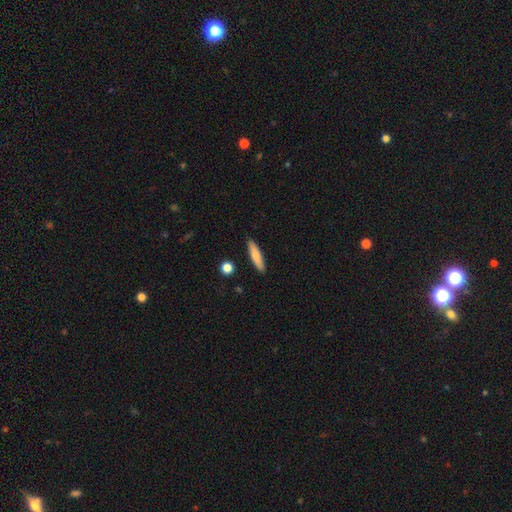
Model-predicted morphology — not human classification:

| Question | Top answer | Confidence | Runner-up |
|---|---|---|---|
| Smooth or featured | smooth | 72% | featured or disk (22%) |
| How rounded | cigar-shaped | 82% | in between (16%) |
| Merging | none | 89% | minor disturbance (8%) |